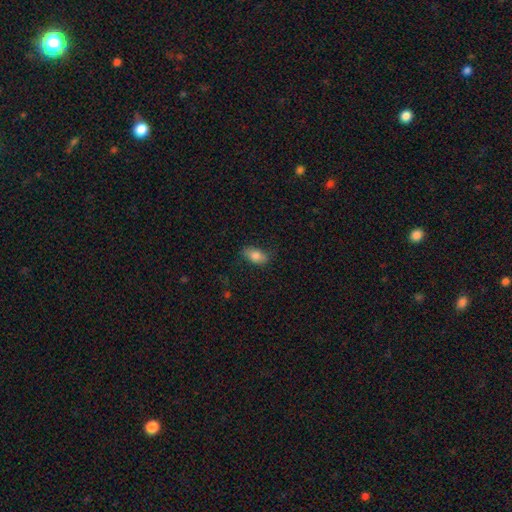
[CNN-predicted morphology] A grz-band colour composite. It shows a smooth galaxy with no disk features (82%) that is in between round and cigar-shaped (90%). Merging: none (81%).